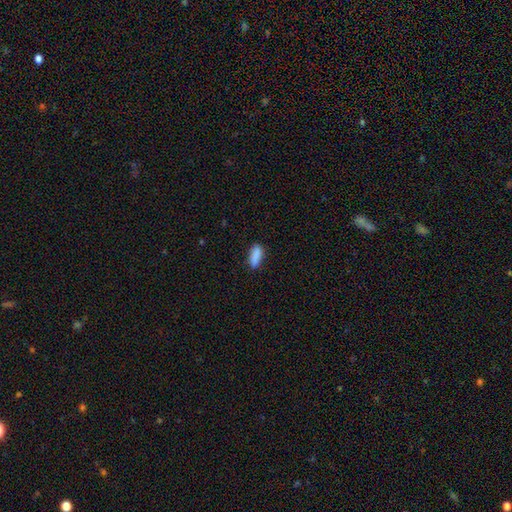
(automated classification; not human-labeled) smooth-or-featured: smooth: 88% | star or artifact: 7% | featured or disk: 5%
  how-rounded: in between: 68% | cigar-shaped: 30% | round: 2%
  merging: none: 82% | minor disturbance: 14% | major disturbance: 3% | merger: 1%